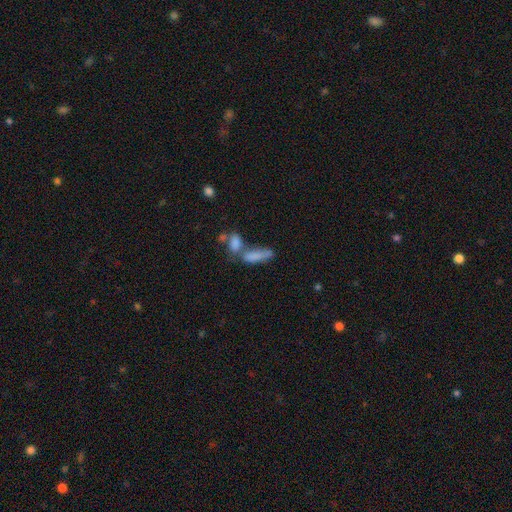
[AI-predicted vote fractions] smooth_or_featured: smooth (p=0.77) [alt: featured or disk p=0.14]
how_rounded: cigar-shaped (p=0.50) [alt: in between p=0.47]
merging: merger (p=0.55) [alt: none p=0.26]